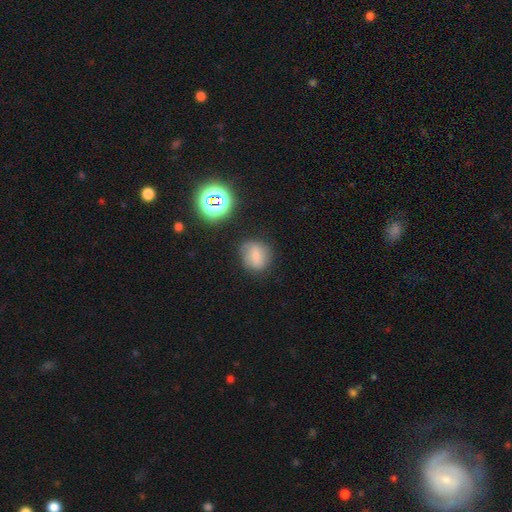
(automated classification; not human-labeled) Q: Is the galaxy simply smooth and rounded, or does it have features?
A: smooth — 68%.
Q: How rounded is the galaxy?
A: round — 71%.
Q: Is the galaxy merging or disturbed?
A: none — 70%.